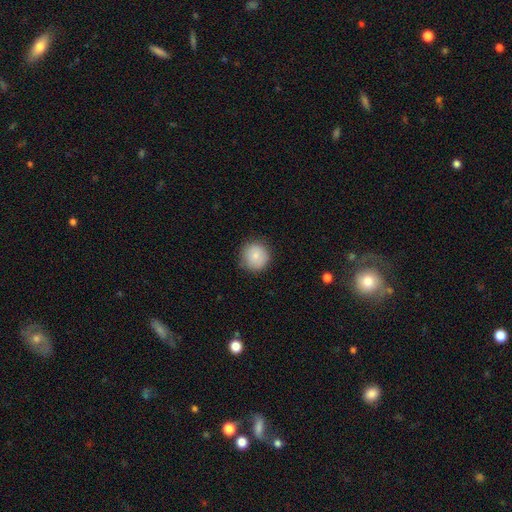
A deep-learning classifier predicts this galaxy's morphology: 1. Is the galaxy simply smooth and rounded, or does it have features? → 83% smooth, 8% featured or disk, 8% star or artifact.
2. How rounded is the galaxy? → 94% round, 5% in between, 1% cigar-shaped.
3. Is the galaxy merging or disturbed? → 86% none, 11% minor disturbance, 3% major disturbance, 1% merger.